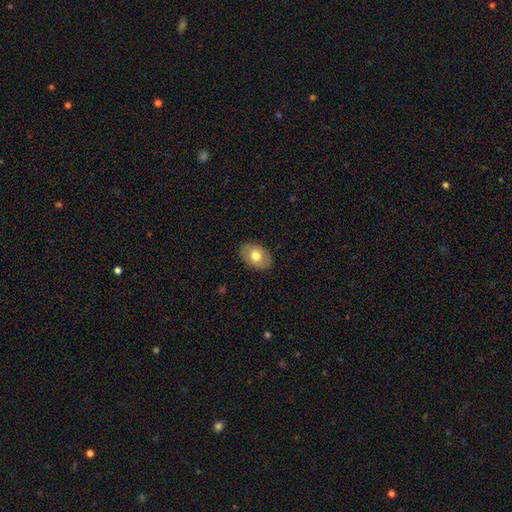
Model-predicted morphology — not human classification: smooth_or_featured: smooth (p=0.70) [alt: featured or disk p=0.24]
how_rounded: in between (p=0.80) [alt: round p=0.19]
merging: none (p=0.87) [alt: minor disturbance p=0.10]